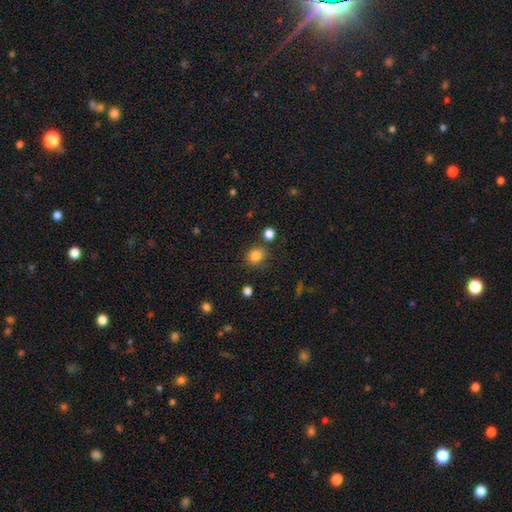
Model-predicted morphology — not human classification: Overall: smooth (84%). How rounded: round (69%; in between 30%). Merging: none (79%).